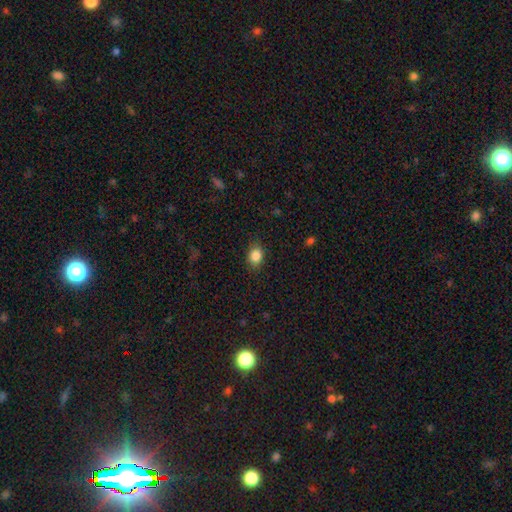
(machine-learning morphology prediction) Smooth or featured? smooth (86%)
How rounded? in between (65%)
Merging? none (84%)